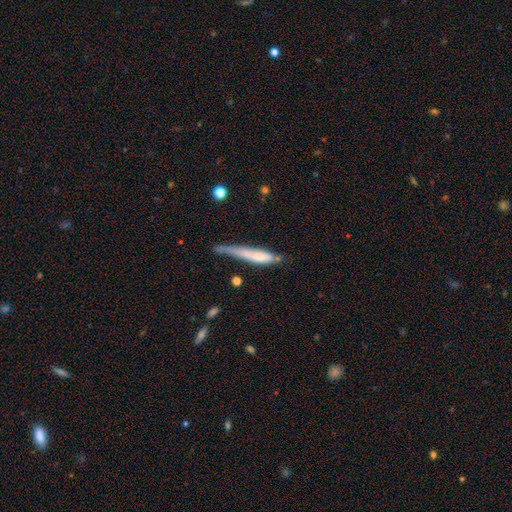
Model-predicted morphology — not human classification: Overall: smooth (60%; featured or disk 34%). How rounded: cigar-shaped (91%). Merging: none (36%, tied with minor disturbance).